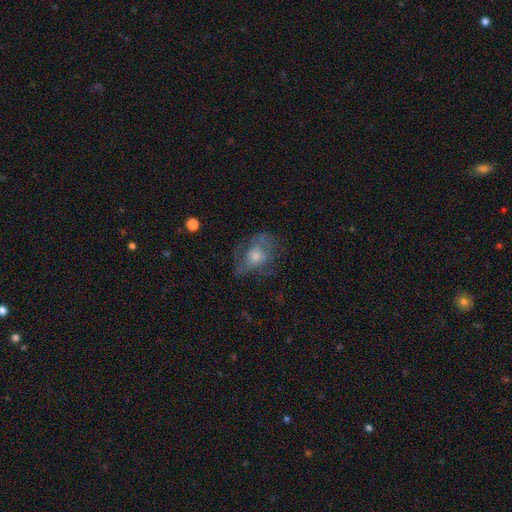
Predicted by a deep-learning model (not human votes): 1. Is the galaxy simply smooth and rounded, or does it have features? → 51% featured or disk, 37% smooth, 12% star or artifact.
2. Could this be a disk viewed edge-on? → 94% no, 6% yes.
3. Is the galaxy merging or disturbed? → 52% none, 24% major disturbance, 22% minor disturbance, 2% merger.